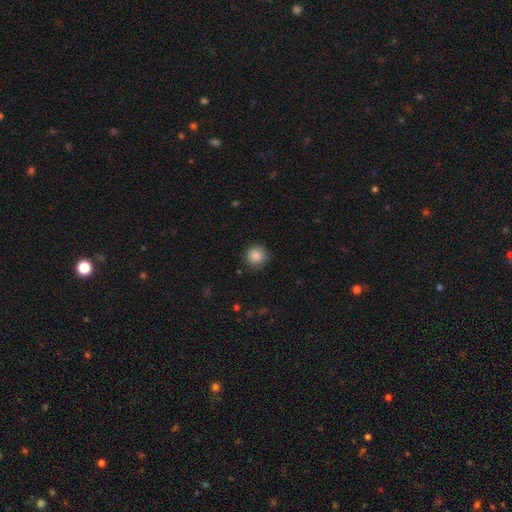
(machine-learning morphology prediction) smooth_or_featured: smooth (p=0.87) [alt: star or artifact p=0.09]
how_rounded: round (p=0.93) [alt: in between p=0.06]
merging: none (p=0.86) [alt: minor disturbance p=0.10]